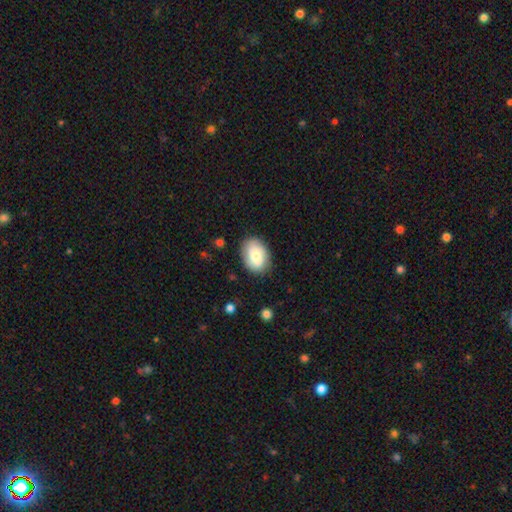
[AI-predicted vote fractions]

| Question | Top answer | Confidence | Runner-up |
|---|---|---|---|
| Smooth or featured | smooth | 73% | featured or disk (21%) |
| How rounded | in between | 81% | round (17%) |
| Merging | none | 82% | minor disturbance (13%) |